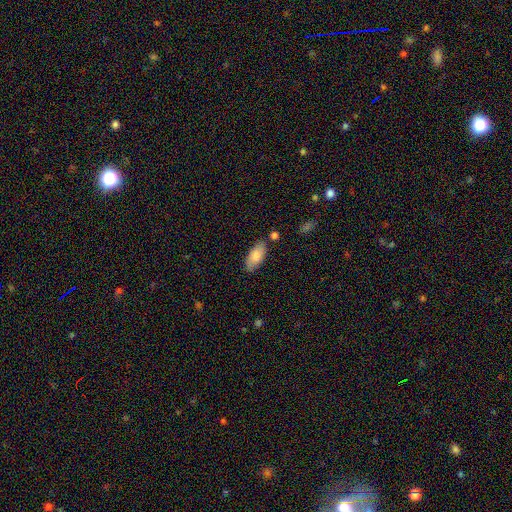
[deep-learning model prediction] This appears to be a smooth galaxy with no disk features (81%) that is in between round and cigar-shaped (88%). Merging: none (78%).